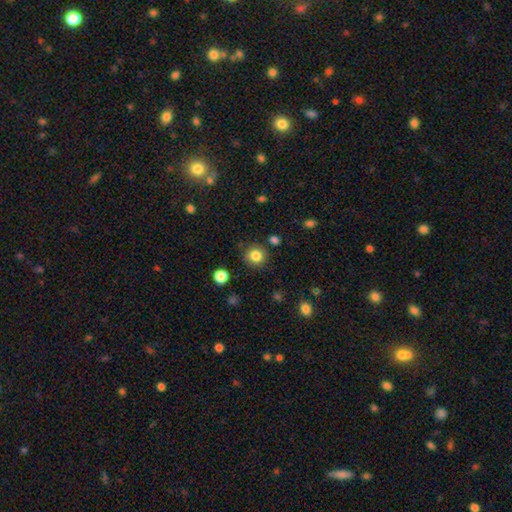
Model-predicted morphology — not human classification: Smooth or featured: smooth — 83% (star or artifact — 11%)
How rounded: round — 91% (in between — 9%)
Merging: none — 86% (minor disturbance — 9%)